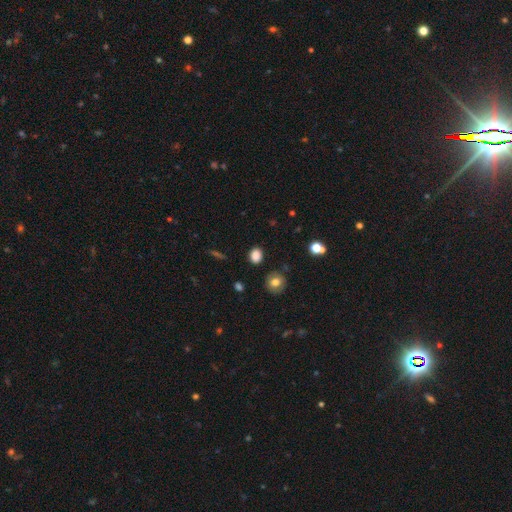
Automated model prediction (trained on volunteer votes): Smooth or featured? Predicted: smooth (p=0.84). How rounded? Predicted: round (p=0.53). Merging? Predicted: none (p=0.86).